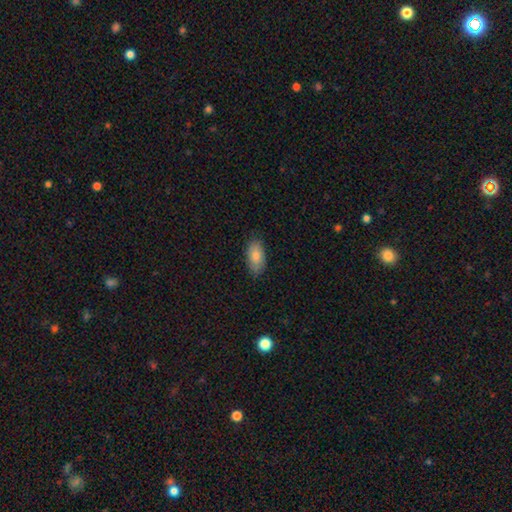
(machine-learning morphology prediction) Smooth or featured? Predicted: smooth (p=0.84). How rounded? Predicted: in between (p=0.93). Merging? Predicted: none (p=0.80).